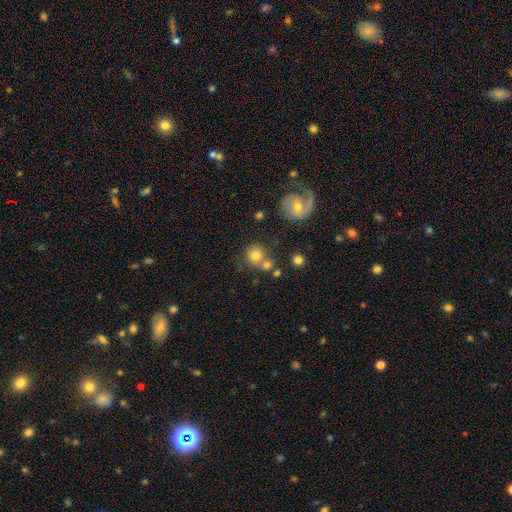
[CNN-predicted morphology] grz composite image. It shows a smooth galaxy with no disk features (75%) that is round (86%). Merging: none (56%).